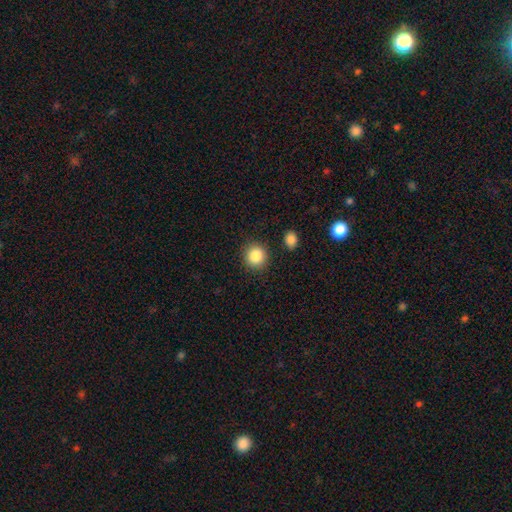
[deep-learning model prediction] A smooth galaxy with no disk features (86%) that is round (89%). Merging: none (88%).